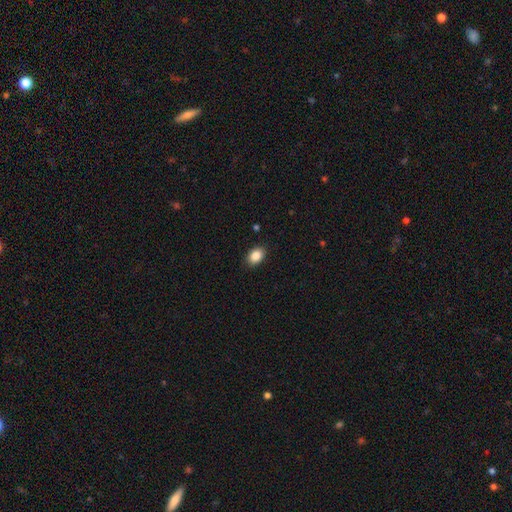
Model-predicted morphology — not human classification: The model was most divided on "how rounded": in between: 82%, round: 17%, cigar-shaped: 1%. More confident: merging — none (88%); smooth or featured — smooth (87%).